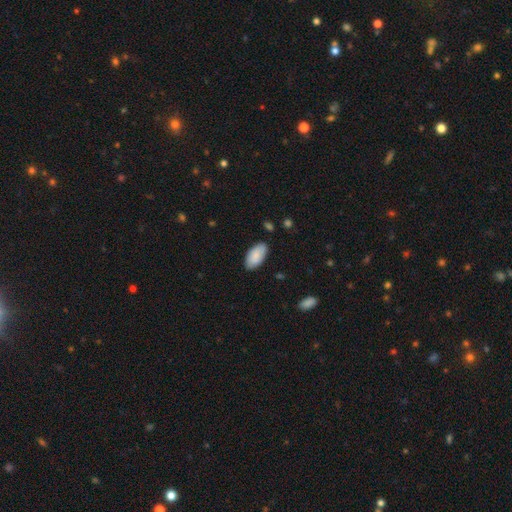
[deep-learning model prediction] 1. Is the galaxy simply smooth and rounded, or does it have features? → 85% smooth, 9% featured or disk, 6% star or artifact.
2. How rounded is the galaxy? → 95% in between, 3% cigar-shaped, 2% round.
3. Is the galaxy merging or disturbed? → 82% none, 14% minor disturbance, 2% major disturbance, 1% merger.